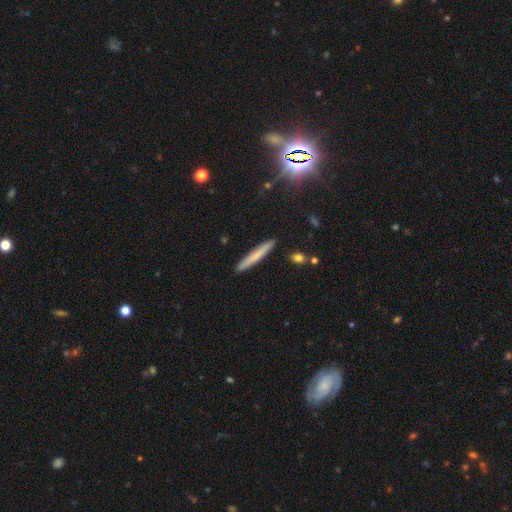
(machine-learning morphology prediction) This appears to be a smooth galaxy with no disk features (68%) that is cigar-shaped (96%). Merging: none (91%).